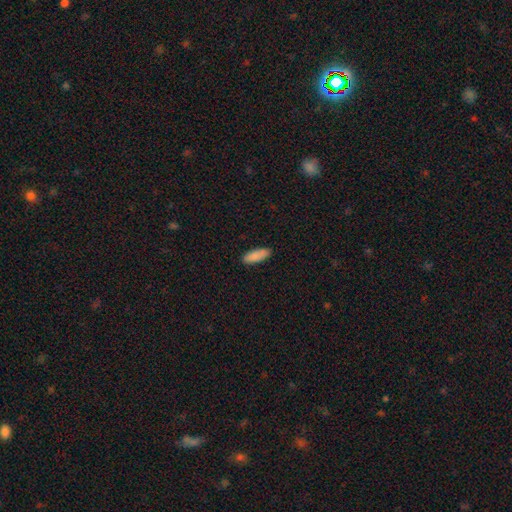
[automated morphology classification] This appears to be a smooth galaxy with no disk features (89%) that is in between round and cigar-shaped (68%). Merging: none (87%).